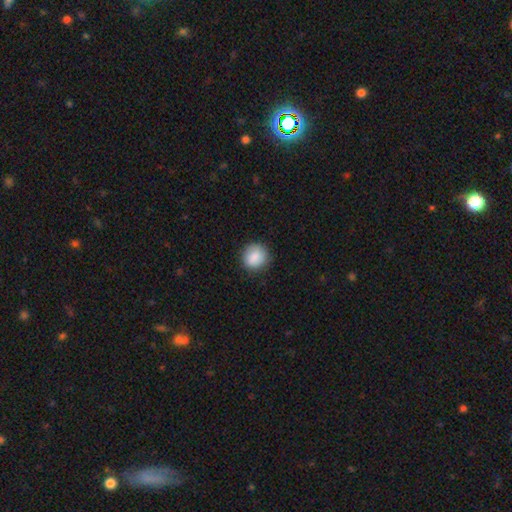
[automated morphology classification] This is clearly a smooth galaxy (88%). How rounded: clearly round (87%). Merging: clearly none (87%).